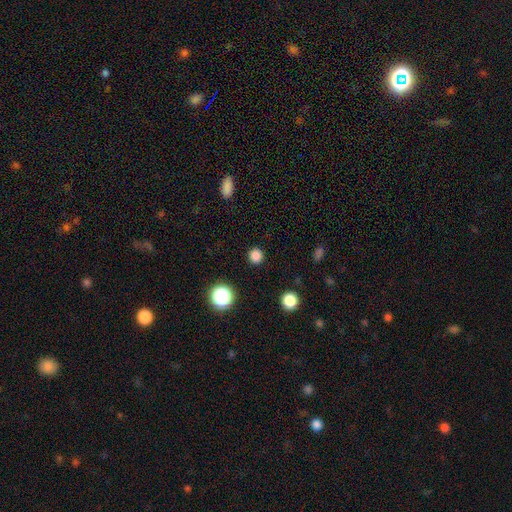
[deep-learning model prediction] Overall: smooth (82%). How rounded: round (93%). Merging: none (91%).